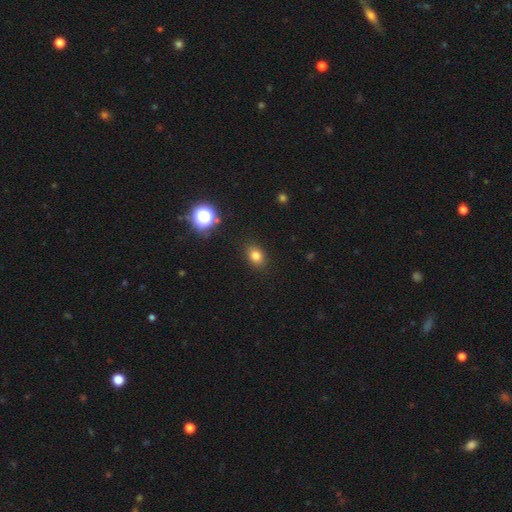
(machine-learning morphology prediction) smooth-or-featured: smooth: 79% | star or artifact: 14% | featured or disk: 7%
  how-rounded: in between: 59% | round: 39% | cigar-shaped: 1%
  merging: none: 88% | minor disturbance: 8% | major disturbance: 2% | merger: 1%